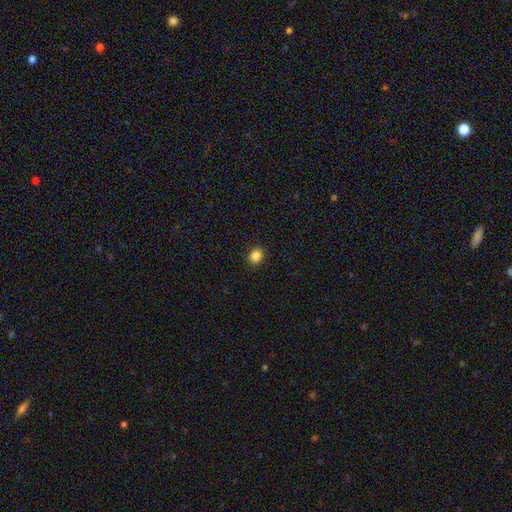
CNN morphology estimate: This is clearly a smooth galaxy (86%). How rounded: likely round (68%). Merging: clearly none (90%).